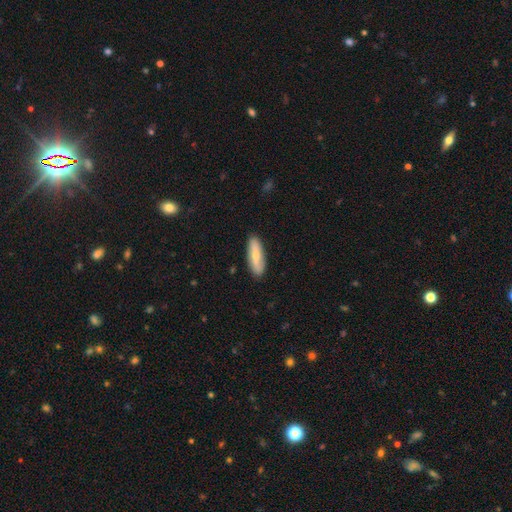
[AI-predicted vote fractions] Smooth or featured?
  - smooth: 57% *
  - featured or disk: 37%
  - star or artifact: 5%
How rounded?
  - in between: 54% *
  - cigar-shaped: 43%
  - round: 3%
Merging?
  - none: 88% *
  - minor disturbance: 9%
  - major disturbance: 2%
  - merger: 1%